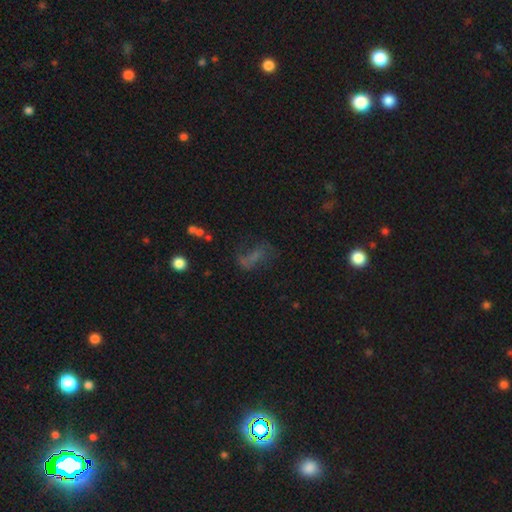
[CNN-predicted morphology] This appears to be a smooth galaxy with no disk features (39%). Merging: none (44%).